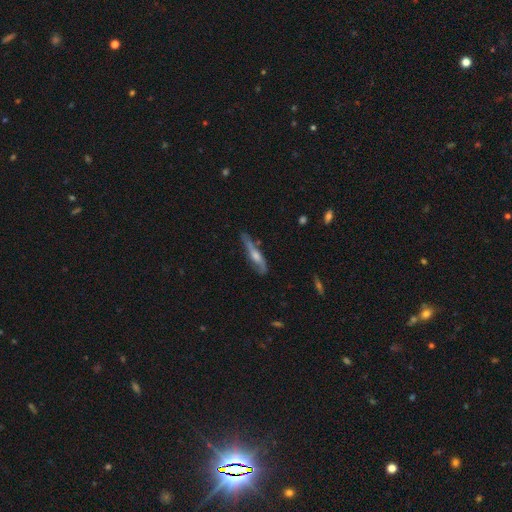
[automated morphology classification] smooth-or-featured: featured or disk: 57% | smooth: 36% | star or artifact: 7%
  disk-edge-on: yes: 72% | no: 28%
  merging: none: 59% | minor disturbance: 28% | major disturbance: 8% | merger: 4%